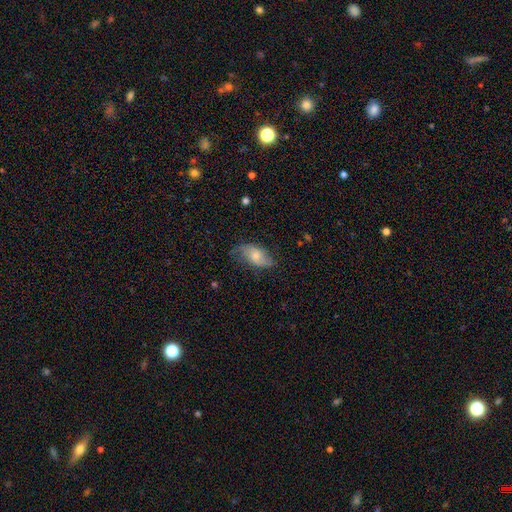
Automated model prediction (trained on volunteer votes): Smooth or featured?
  - smooth: 61% *
  - featured or disk: 32%
  - star or artifact: 7%
How rounded?
  - in between: 92% *
  - round: 5%
  - cigar-shaped: 4%
Merging?
  - none: 64% *
  - minor disturbance: 27%
  - major disturbance: 8%
  - merger: 1%